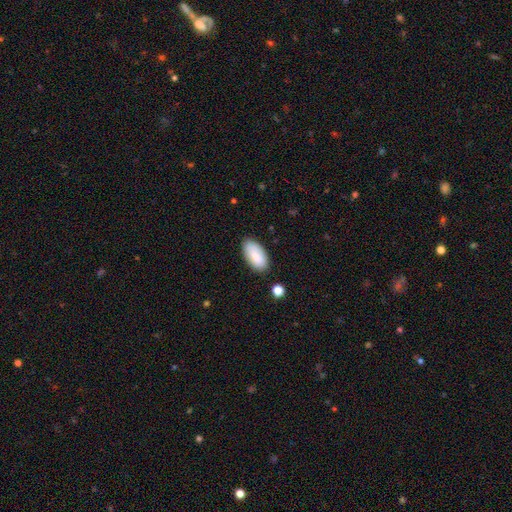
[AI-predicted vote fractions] Smooth or featured? smooth (85%)
How rounded? in between (94%)
Merging? none (83%)